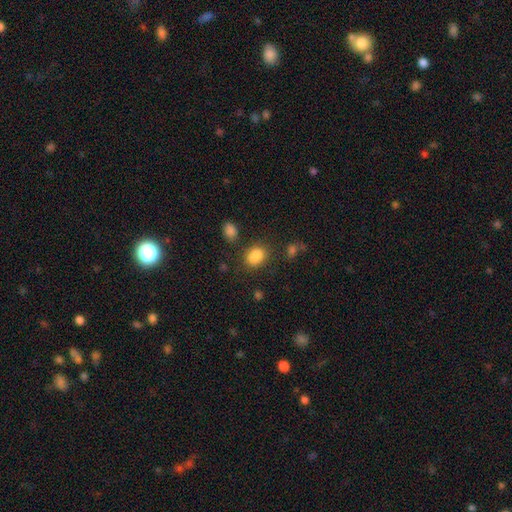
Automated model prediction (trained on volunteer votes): Smooth or featured? smooth (84%)
How rounded? in between (69%)
Merging? none (68%)